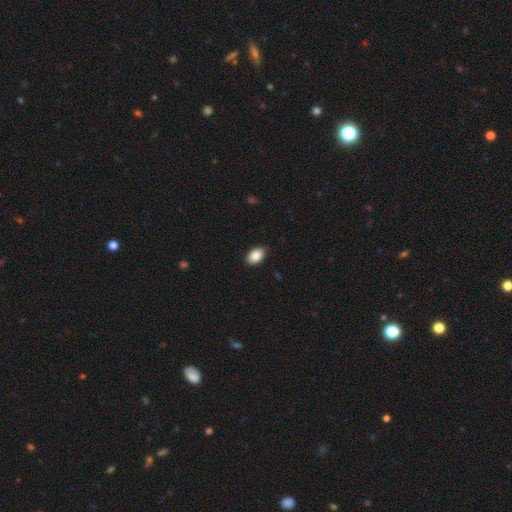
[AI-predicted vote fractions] smooth_or_featured: smooth (p=0.87) [alt: star or artifact p=0.07]
how_rounded: in between (p=0.89) [alt: round p=0.10]
merging: none (p=0.89) [alt: minor disturbance p=0.08]